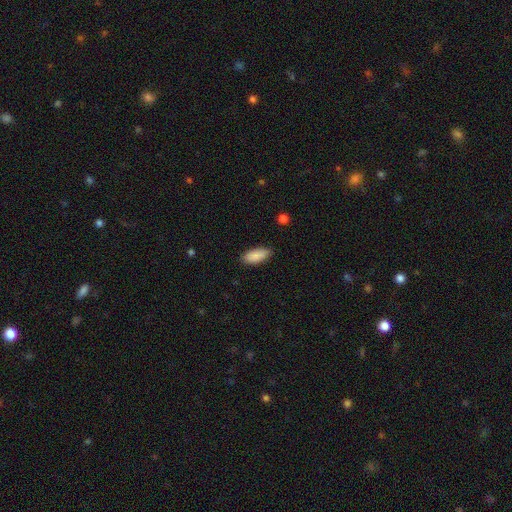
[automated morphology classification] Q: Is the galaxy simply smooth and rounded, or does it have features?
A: smooth — 89%.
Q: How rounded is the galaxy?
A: in between — 81%.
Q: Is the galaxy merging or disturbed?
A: none — 86%.